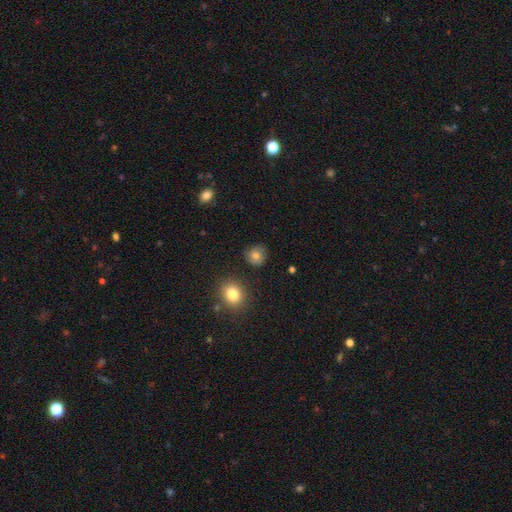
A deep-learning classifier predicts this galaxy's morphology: smooth_or_featured: smooth (p=0.80) [alt: star or artifact p=0.12]
how_rounded: round (p=0.89) [alt: in between p=0.10]
merging: none (p=0.84) [alt: minor disturbance p=0.11]